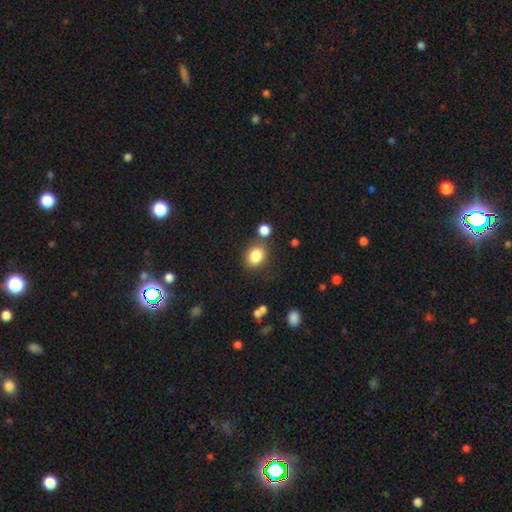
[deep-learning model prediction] This appears to be a smooth galaxy with no disk features (84%) that is round (54%). Merging: none (73%).